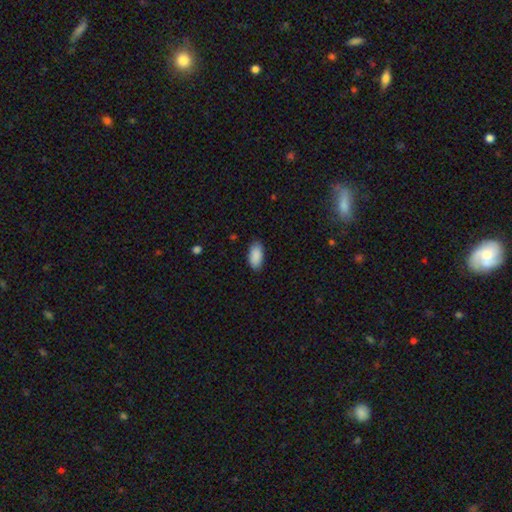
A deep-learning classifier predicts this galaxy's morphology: smooth_or_featured: smooth (p=0.90) [alt: star or artifact p=0.06]
how_rounded: in between (p=0.93) [alt: cigar-shaped p=0.05]
merging: none (p=0.86) [alt: minor disturbance p=0.11]